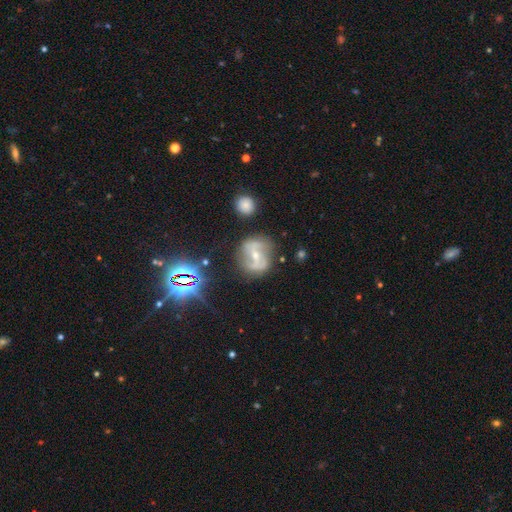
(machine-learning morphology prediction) smooth-or-featured: featured or disk: 77% | smooth: 13% | star or artifact: 10%
  disk-edge-on: no: 96% | yes: 4%
    bar: strong: 51% | weak: 32% | no: 17%
    has-spiral-arms: yes: 86% | no: 14%
      spiral-winding: medium: 44% | loose: 33% | tight: 22%
      spiral-arm-count: 2: 84% | can't tell: 9% | 3: 3% | 1: 3% | 4: 1% | more than 4: 1%
    bulge-size: small: 55% | moderate: 41% | none: 2% | large: 1% | dominant: 1%
  merging: none: 72% | minor disturbance: 18% | major disturbance: 7% | merger: 3%